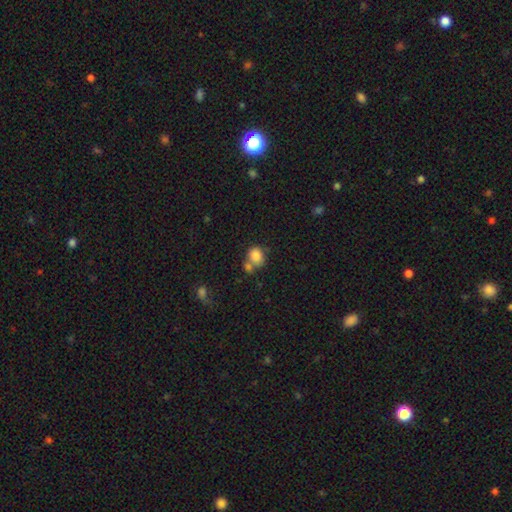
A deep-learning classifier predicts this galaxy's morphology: Smooth or featured: smooth — 83% (star or artifact — 9%)
How rounded: round — 56% (in between — 43%)
Merging: none — 43% (merger — 37%)